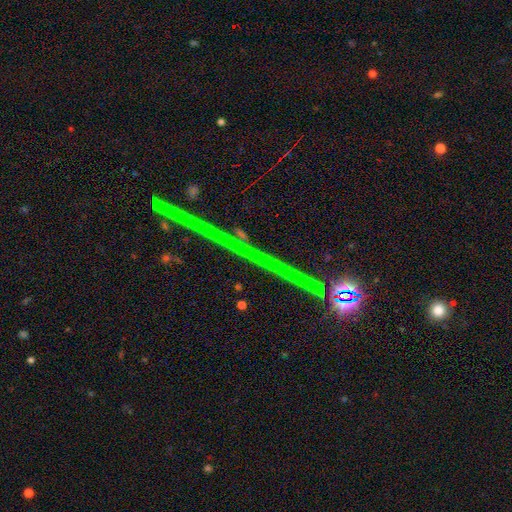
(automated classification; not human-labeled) The model was most divided on "smooth or featured": star or artifact: 68%, featured or disk: 21%, smooth: 11%.